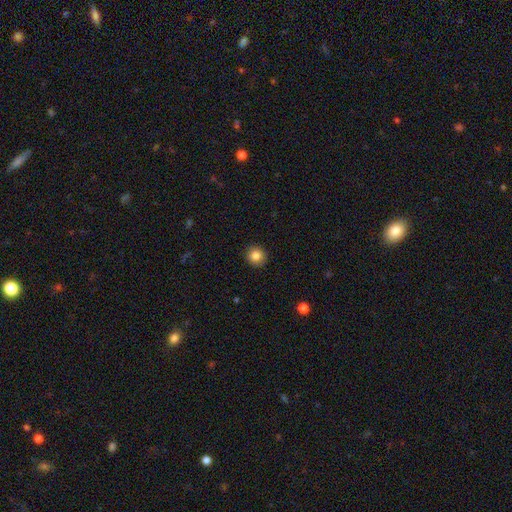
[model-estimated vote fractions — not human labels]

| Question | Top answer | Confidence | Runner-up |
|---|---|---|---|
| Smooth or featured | smooth | 85% | star or artifact (10%) |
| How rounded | round | 89% | in between (10%) |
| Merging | none | 90% | minor disturbance (7%) |